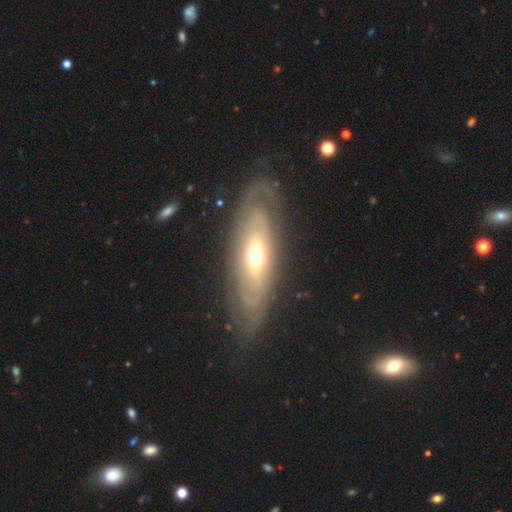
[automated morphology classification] Smooth or featured: featured or disk — 75% (smooth — 20%)
Edge-on disk: no — 77% (yes — 23%)
Bar: no — 72% (weak — 19%)
Spiral arms: yes — 61% (no — 39%)
Bulge size: moderate — 67% (small — 15%)
Merging: none — 75% (minor disturbance — 15%)